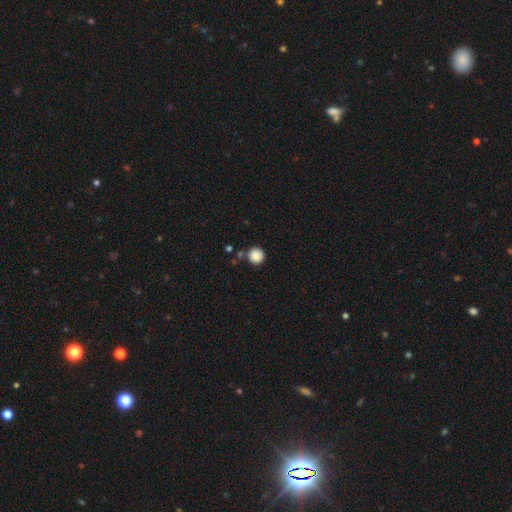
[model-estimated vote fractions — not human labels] Smooth or featured? Predicted: smooth (p=0.87). How rounded? Predicted: round (p=0.94). Merging? Predicted: none (p=0.78).